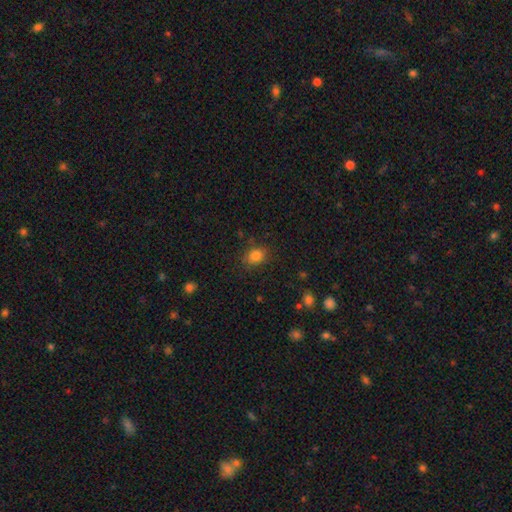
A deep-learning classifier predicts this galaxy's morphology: Overall: smooth (82%). How rounded: round (51%; in between 48%). Merging: none (82%).